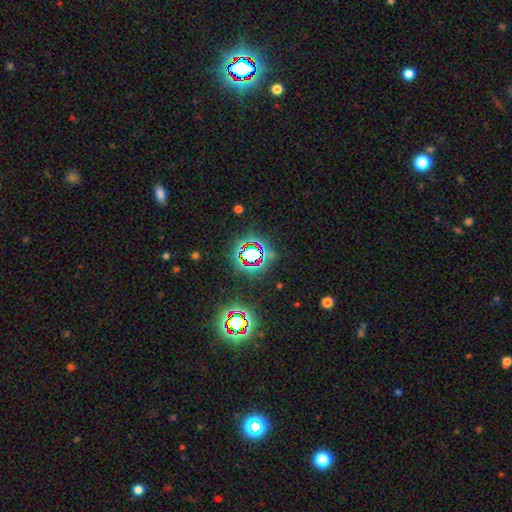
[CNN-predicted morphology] This is likely a star or artifact rather than a galaxy (75%).